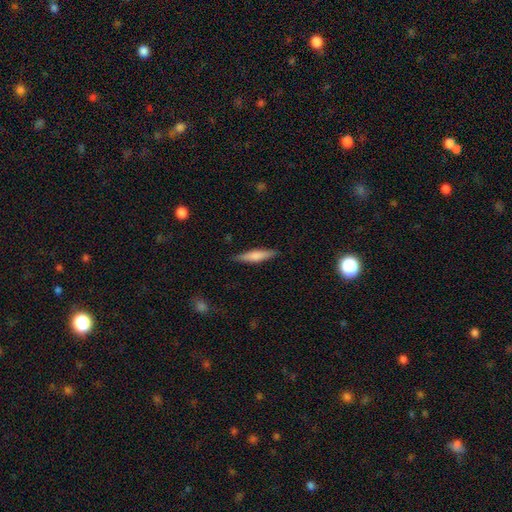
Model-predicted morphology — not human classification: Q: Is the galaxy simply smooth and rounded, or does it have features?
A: smooth — 65%.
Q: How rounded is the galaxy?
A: cigar-shaped — 82%.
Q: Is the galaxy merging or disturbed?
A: none — 87%.